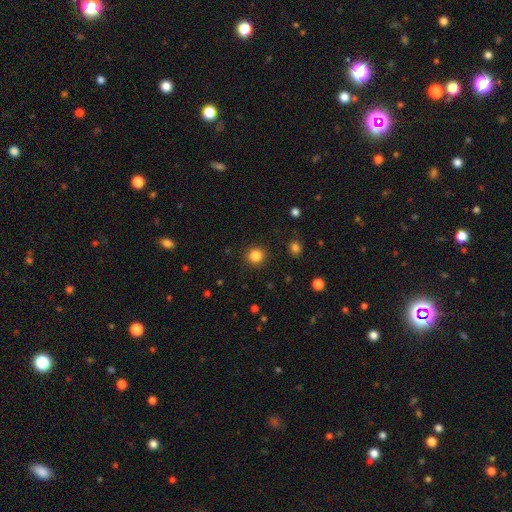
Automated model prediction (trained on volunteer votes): A smooth galaxy with no disk features (84%) that is round (93%).

Vote fractions:
- Smooth or featured? smooth: 84% / star or artifact: 12% / featured or disk: 4%
- How rounded? round: 93% / in between: 6% / cigar-shaped: 1%
- Merging? none: 91% / minor disturbance: 5% / major disturbance: 2% / merger: 1%